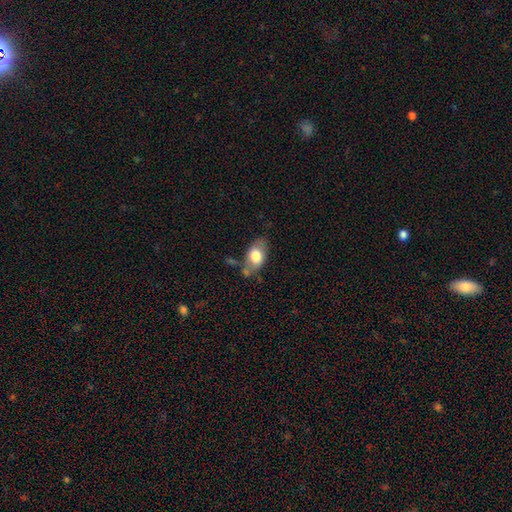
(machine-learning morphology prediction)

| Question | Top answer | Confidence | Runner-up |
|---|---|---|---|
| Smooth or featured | smooth | 72% | featured or disk (21%) |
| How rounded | in between | 88% | round (10%) |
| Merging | none | 54% | minor disturbance (24%) |